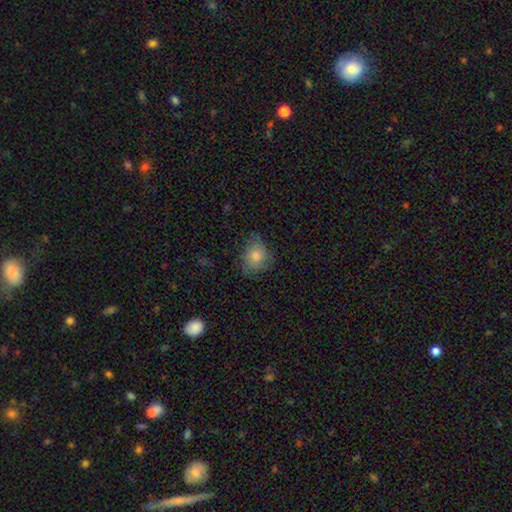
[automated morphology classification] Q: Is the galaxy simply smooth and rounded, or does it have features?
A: smooth — 80%.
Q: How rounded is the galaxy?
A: in between — 52%.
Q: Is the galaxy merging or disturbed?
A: none — 69%.